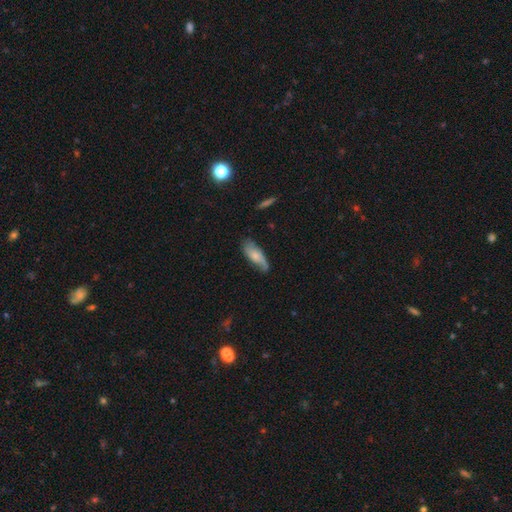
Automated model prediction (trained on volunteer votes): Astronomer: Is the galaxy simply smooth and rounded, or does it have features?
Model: smooth — 53% (runner-up: featured or disk, 40%).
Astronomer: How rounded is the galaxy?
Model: in between — 76%.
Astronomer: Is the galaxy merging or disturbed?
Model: none — 53% (runner-up: minor disturbance, 33%).